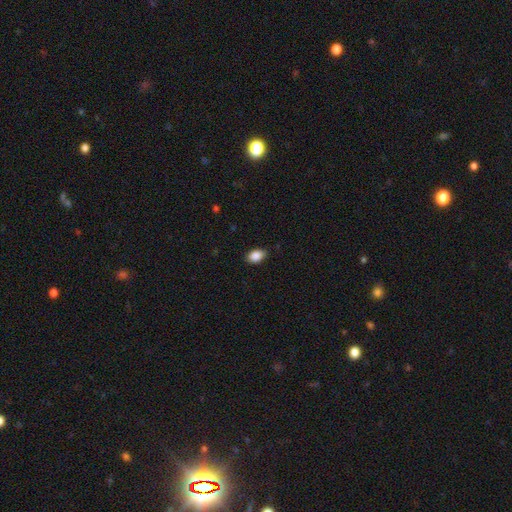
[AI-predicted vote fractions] This is clearly a smooth galaxy (88%). How rounded: clearly in between (86%). Merging: clearly none (85%).